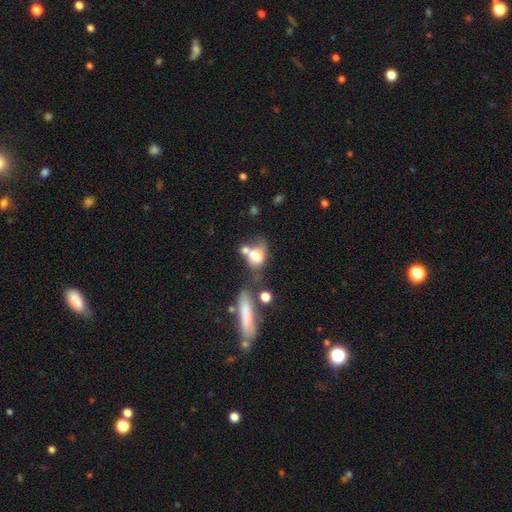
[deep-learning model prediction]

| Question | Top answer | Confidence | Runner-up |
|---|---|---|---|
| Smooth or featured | smooth | 69% | featured or disk (21%) |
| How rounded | in between | 70% | round (26%) |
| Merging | merger | 46% | none (25%) |